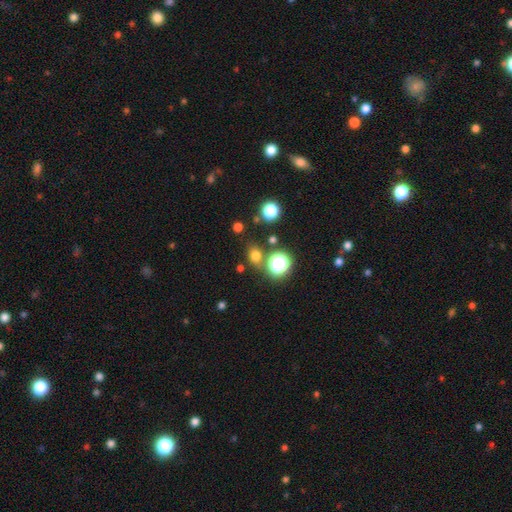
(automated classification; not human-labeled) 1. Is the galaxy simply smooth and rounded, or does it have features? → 69% smooth, 24% star or artifact, 7% featured or disk.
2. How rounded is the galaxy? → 60% round, 39% in between, 1% cigar-shaped.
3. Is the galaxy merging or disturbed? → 77% none, 10% minor disturbance, 9% merger, 4% major disturbance.